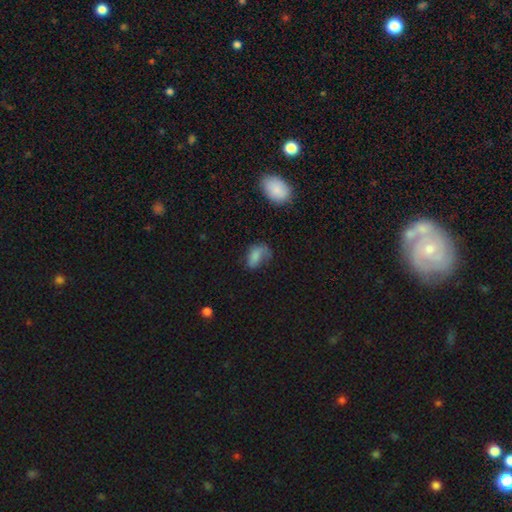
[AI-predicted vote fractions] A smooth galaxy with no disk features (71%) that is in between round and cigar-shaped (86%). Merging: none (34%).